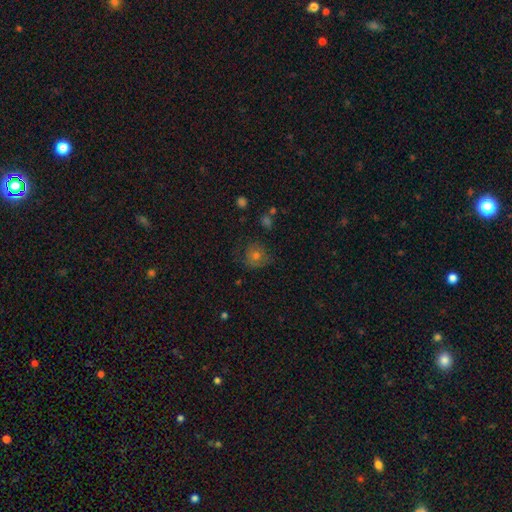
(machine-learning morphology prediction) Q: Smooth or featured?
A: smooth (56%); runner-up: featured or disk (25%)
Q: How rounded?
A: round (87%); runner-up: in between (12%)
Q: Merging?
A: none (70%); runner-up: minor disturbance (19%)